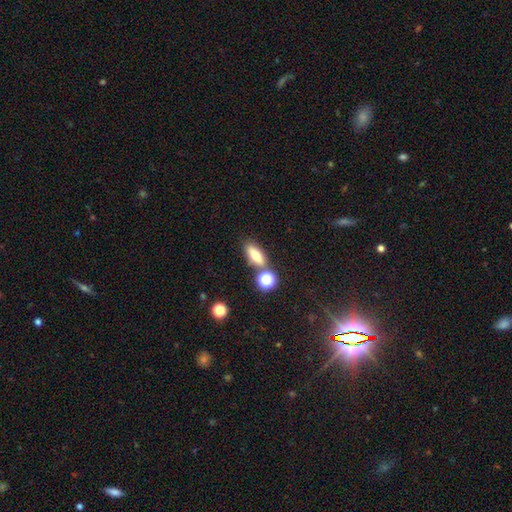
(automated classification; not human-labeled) Smooth or featured?
  - smooth: 71% *
  - featured or disk: 17%
  - star or artifact: 12%
How rounded?
  - in between: 69% *
  - cigar-shaped: 22%
  - round: 10%
Merging?
  - none: 70% *
  - merger: 15%
  - minor disturbance: 11%
  - major disturbance: 4%